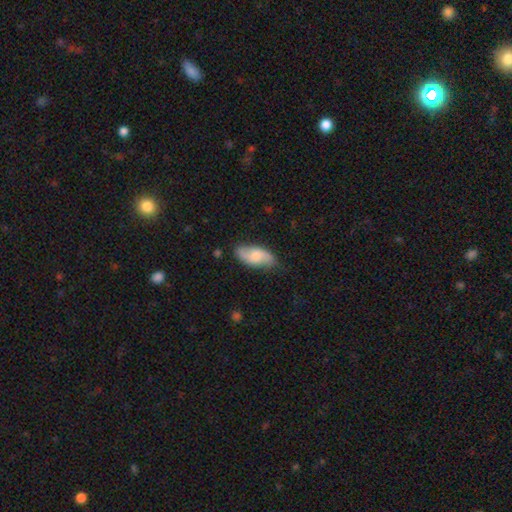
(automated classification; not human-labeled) A smooth galaxy with no disk features (56%) that is in between round and cigar-shaped (90%). Merging: none (78%).